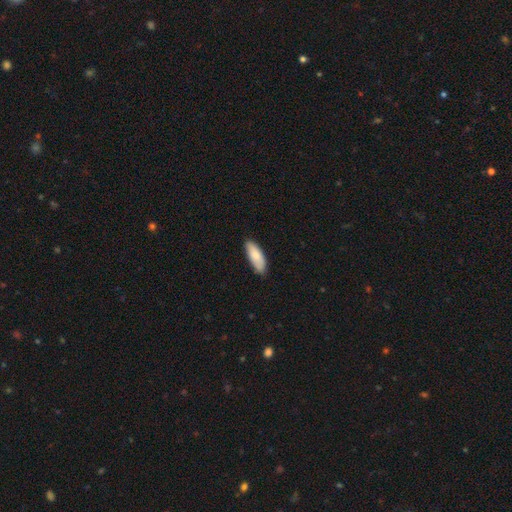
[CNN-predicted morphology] Q: Smooth or featured?
A: smooth (81%); runner-up: featured or disk (13%)
Q: How rounded?
A: in between (73%); runner-up: cigar-shaped (26%)
Q: Merging?
A: none (80%); runner-up: minor disturbance (16%)